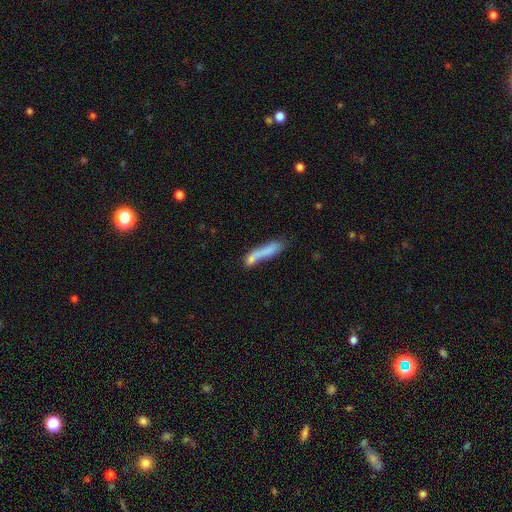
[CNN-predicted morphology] A smooth galaxy with no disk features (71%) that is cigar-shaped (80%).

Vote fractions:
- Smooth or featured? smooth: 71% / featured or disk: 21% / star or artifact: 8%
- How rounded? cigar-shaped: 80% / in between: 18% / round: 2%
- Merging? none: 37% / merger: 33% / minor disturbance: 18% / major disturbance: 12%